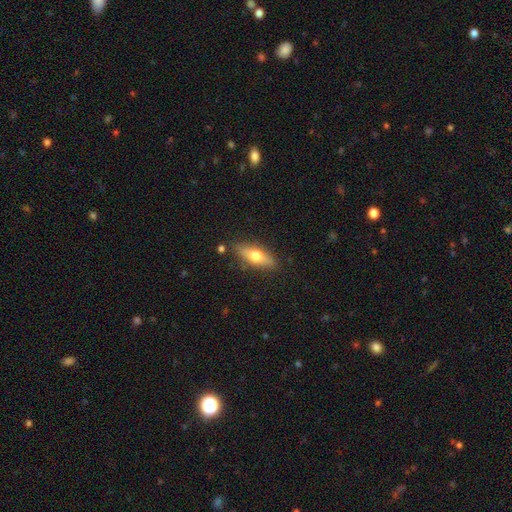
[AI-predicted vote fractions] smooth 60%, featured or disk 34%, star or artifact 6%. Down the decision tree: how rounded — in between (60%); merging — none (82%).